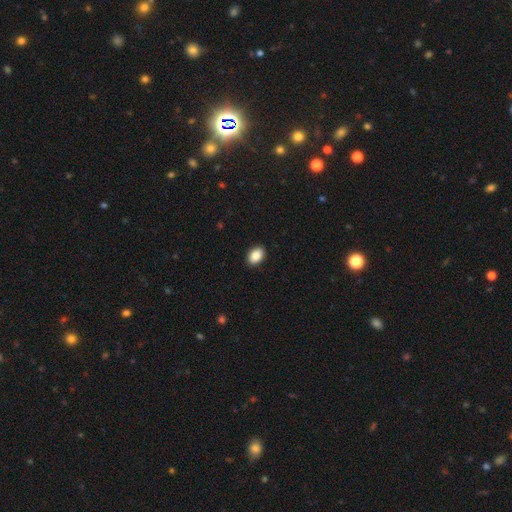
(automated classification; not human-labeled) This appears to be a smooth galaxy with no disk features (89%) that is in between round and cigar-shaped (84%). Merging: none (91%).